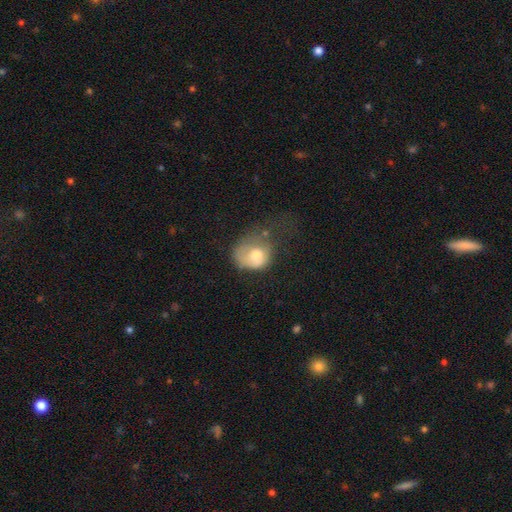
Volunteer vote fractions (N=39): A smooth galaxy with no disk features (56%) that is in between round and cigar-shaped (59%). Merging: major disturbance (49%).